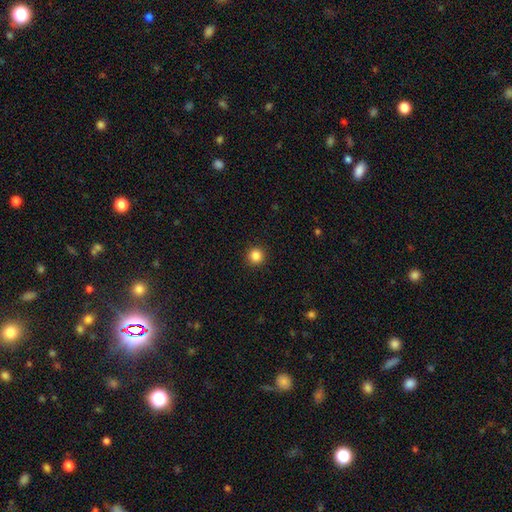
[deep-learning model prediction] Smooth or featured? smooth (85%)
How rounded? round (95%)
Merging? none (93%)